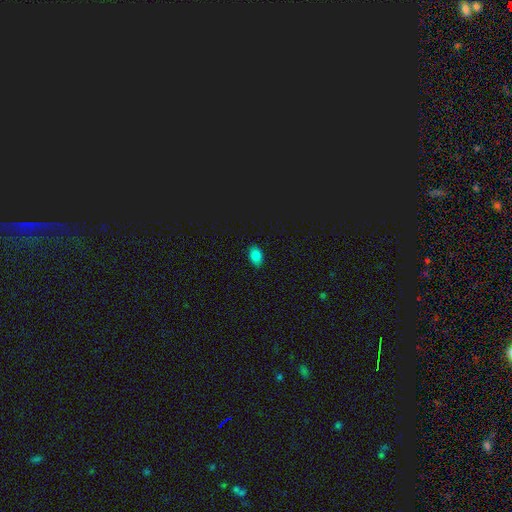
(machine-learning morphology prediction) This is clearly a smooth galaxy (82%). How rounded: clearly in between (81%). Merging: clearly none (85%).